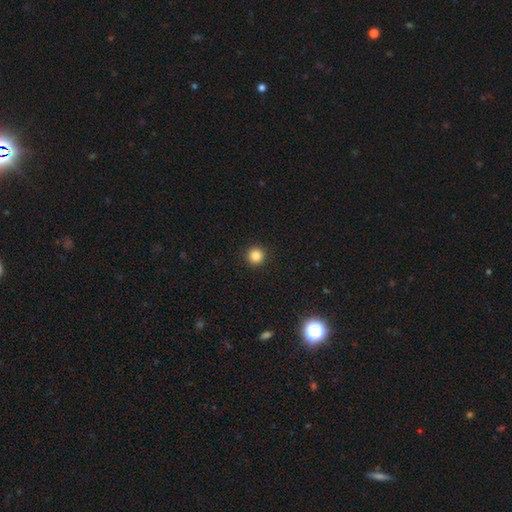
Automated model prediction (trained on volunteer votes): Smooth or featured? Predicted: smooth (p=0.85). How rounded? Predicted: round (p=0.96). Merging? Predicted: none (p=0.93).